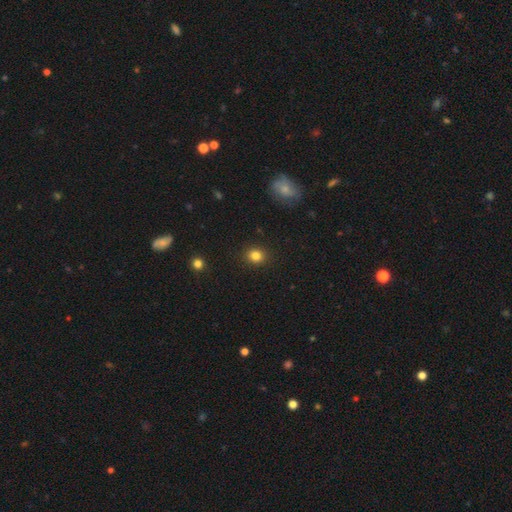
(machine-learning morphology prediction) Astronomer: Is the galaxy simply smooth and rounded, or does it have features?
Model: smooth — 84%.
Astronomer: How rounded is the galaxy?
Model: round — 75%.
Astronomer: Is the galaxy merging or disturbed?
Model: none — 91%.